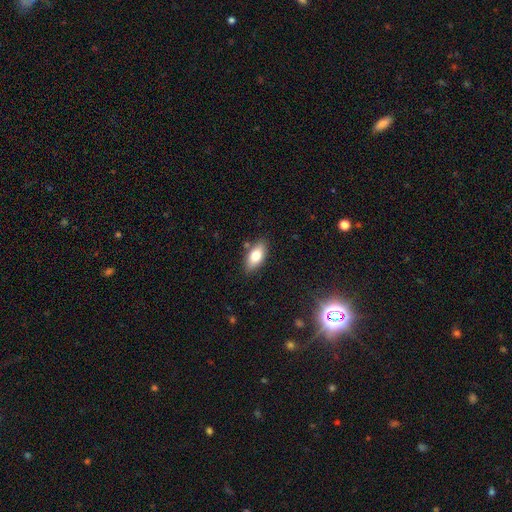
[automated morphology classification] Smooth or featured? Predicted: smooth (p=0.77). How rounded? Predicted: in between (p=0.89). Merging? Predicted: none (p=0.82).